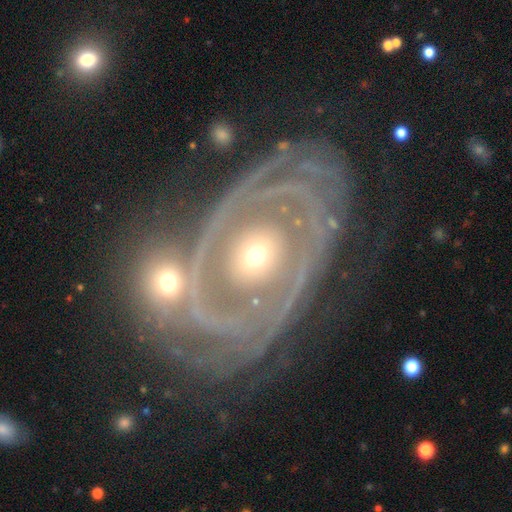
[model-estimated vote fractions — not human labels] Smooth or featured: featured or disk — 86% (smooth — 8%)
Edge-on disk: no — 96% (yes — 4%)
Bar: no — 83% (weak — 11%)
Spiral arms: yes — 82% (no — 18%)
Spiral winding: tight — 71% (medium — 21%)
Spiral arm count: 2 — 31% (can't tell — 30%)
Bulge size: small — 53% (moderate — 40%)
Merging: none — 52% (merger — 19%)